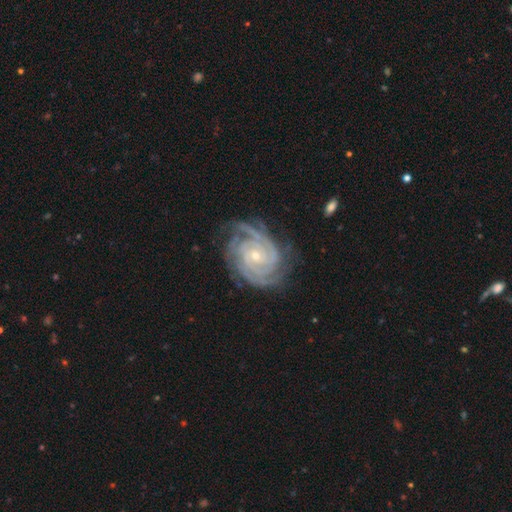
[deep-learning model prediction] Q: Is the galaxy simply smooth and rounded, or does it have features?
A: featured or disk — 92%.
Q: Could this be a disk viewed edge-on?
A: no — 98%.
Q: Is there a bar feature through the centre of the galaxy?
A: no — 65%.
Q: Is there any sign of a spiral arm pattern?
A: yes — 99%.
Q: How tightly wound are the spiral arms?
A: tight — 83%.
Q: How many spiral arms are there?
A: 3 — 28%.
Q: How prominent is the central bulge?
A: small — 70%.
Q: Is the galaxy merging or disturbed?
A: none — 75%.